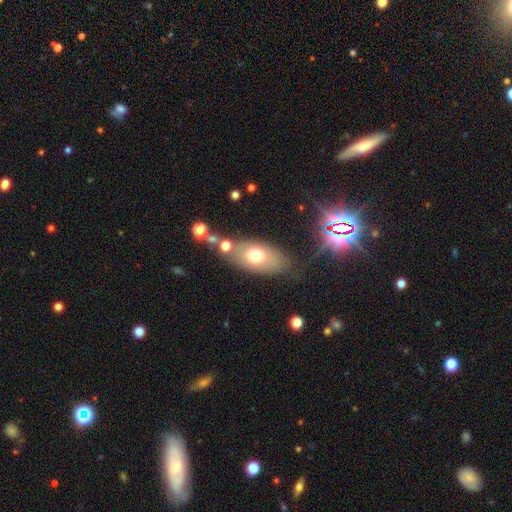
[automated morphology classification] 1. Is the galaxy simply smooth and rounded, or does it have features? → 66% smooth, 24% featured or disk, 10% star or artifact.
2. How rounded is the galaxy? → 85% in between, 7% round, 7% cigar-shaped.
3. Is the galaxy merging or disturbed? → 67% none, 16% minor disturbance, 11% merger, 6% major disturbance.